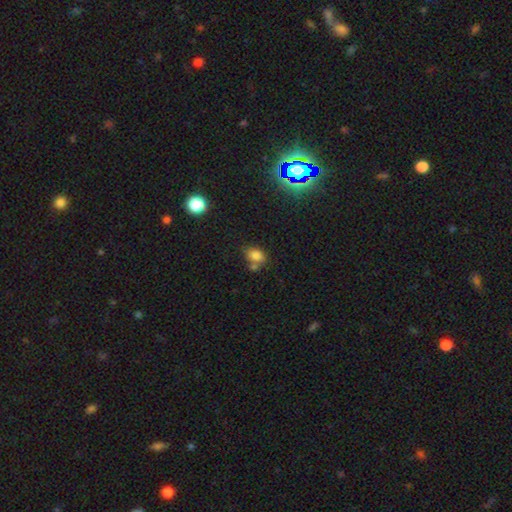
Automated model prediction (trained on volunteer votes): Smooth or featured: smooth — 79% (star or artifact — 13%)
How rounded: in between — 69% (round — 30%)
Merging: none — 51% (merger — 27%)